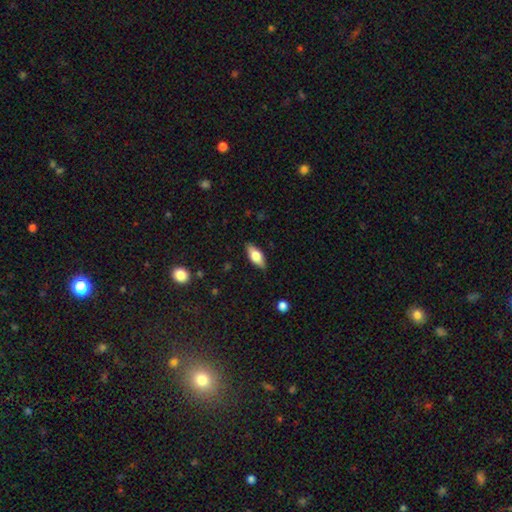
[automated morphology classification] smooth-or-featured: smooth: 61% | featured or disk: 32% | star or artifact: 7%
  how-rounded: in between: 78% | cigar-shaped: 19% | round: 3%
  merging: none: 86% | minor disturbance: 11% | major disturbance: 2% | merger: 1%